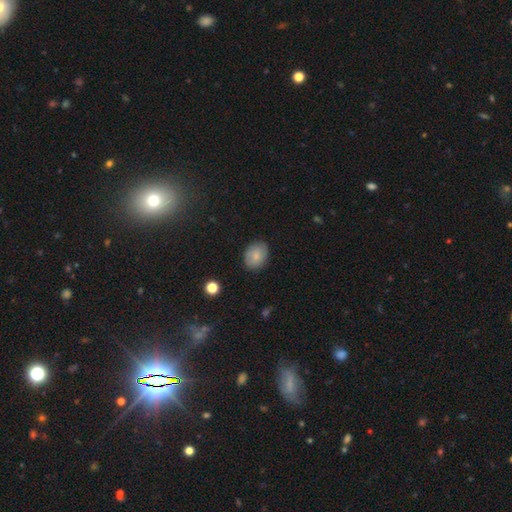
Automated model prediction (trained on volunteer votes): The model was most divided on "how rounded": in between: 65%, round: 34%, cigar-shaped: 1%. More confident: merging — none (83%); smooth or featured — smooth (77%).